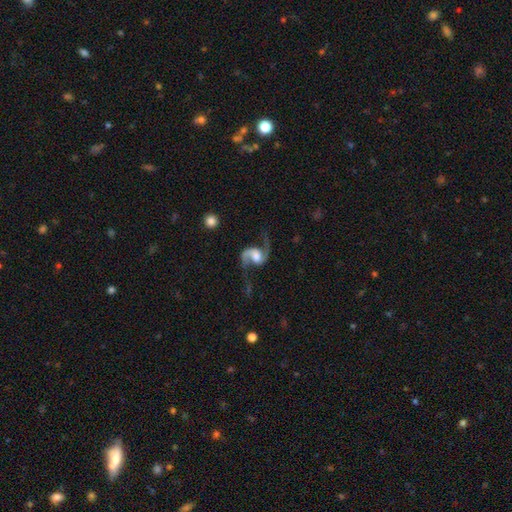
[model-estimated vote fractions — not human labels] A featured or disk galaxy (90%) with no bar (50%), 2 (93%) loose (70%) spiral arms (97%) and a moderate central bulge (45%).

Vote fractions:
- Smooth or featured? featured or disk: 90% / smooth: 5% / star or artifact: 5%
- Edge-on disk? no: 98% / yes: 2%
- Bar? no: 50% / weak: 38% / strong: 12%
- Spiral arms? yes: 97% / no: 3%
- Spiral winding? loose: 70% / medium: 25% / tight: 5%
- Spiral arm count? 2: 93% / 1: 3% / can't tell: 1% / 3: 1% / 4: 1% / more than 4: 1%
- Bulge size? moderate: 45% / large: 30% / small: 14% / none: 7% / dominant: 4%
- Merging? none: 69% / minor disturbance: 15% / major disturbance: 13% / merger: 3%